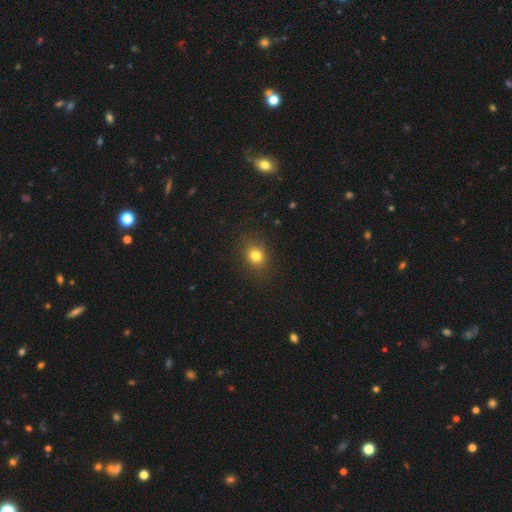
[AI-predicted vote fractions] The model was most divided on "how rounded": round: 65%, in between: 34%, cigar-shaped: 1%. More confident: merging — none (87%); smooth or featured — smooth (79%).